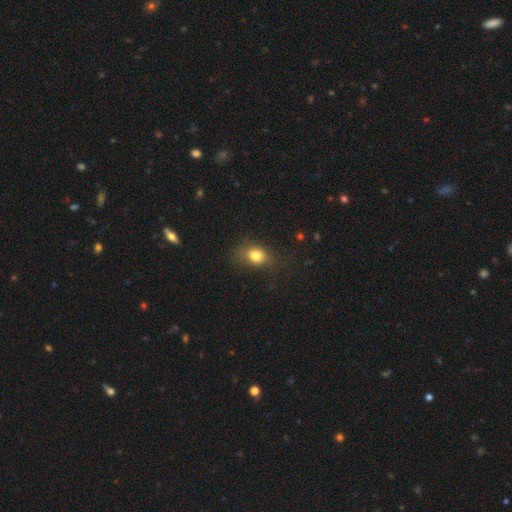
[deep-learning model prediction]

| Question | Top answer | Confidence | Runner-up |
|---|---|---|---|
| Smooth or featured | smooth | 79% | star or artifact (12%) |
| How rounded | in between | 57% | round (42%) |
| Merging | none | 65% | minor disturbance (22%) |